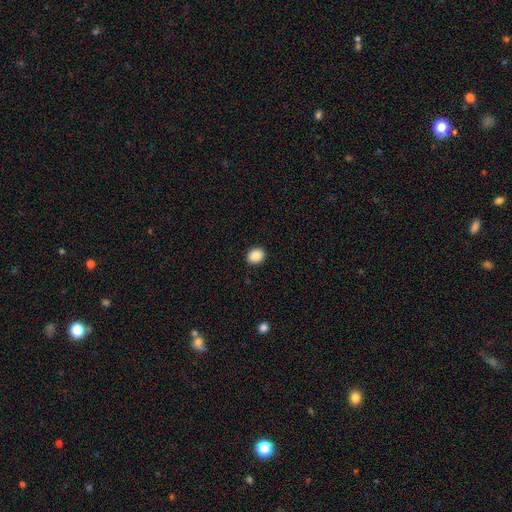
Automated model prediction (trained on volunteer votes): Smooth or featured: smooth — 88% (star or artifact — 8%)
How rounded: round — 60% (in between — 39%)
Merging: none — 90% (minor disturbance — 7%)